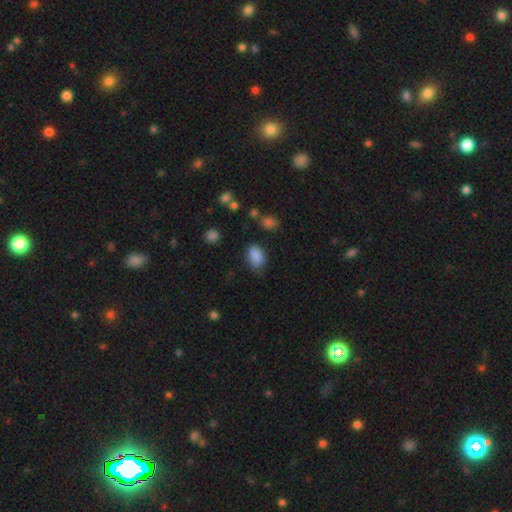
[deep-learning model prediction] smooth_or_featured: smooth (p=0.86) [alt: star or artifact p=0.09]
how_rounded: in between (p=0.87) [alt: round p=0.12]
merging: none (p=0.66) [alt: minor disturbance p=0.25]